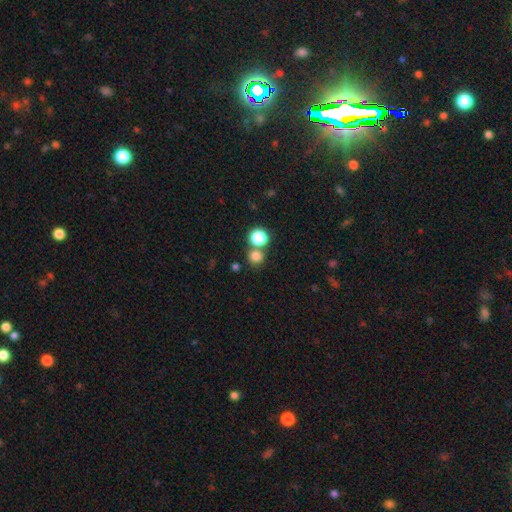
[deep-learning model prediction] The model was most divided on "merging": none: 63%, merger: 27%, minor disturbance: 7%, major disturbance: 3%. More confident: how rounded — round (89%); smooth or featured — smooth (78%).